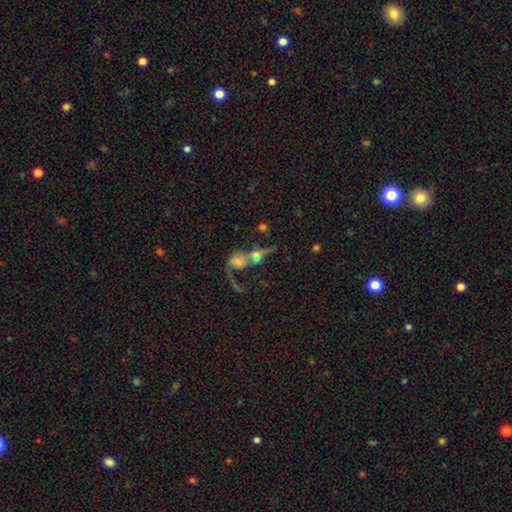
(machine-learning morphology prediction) smooth-or-featured: featured or disk: 42% | smooth: 36% | star or artifact: 22%
  merging: merger: 63% | none: 18% | major disturbance: 12% | minor disturbance: 7%